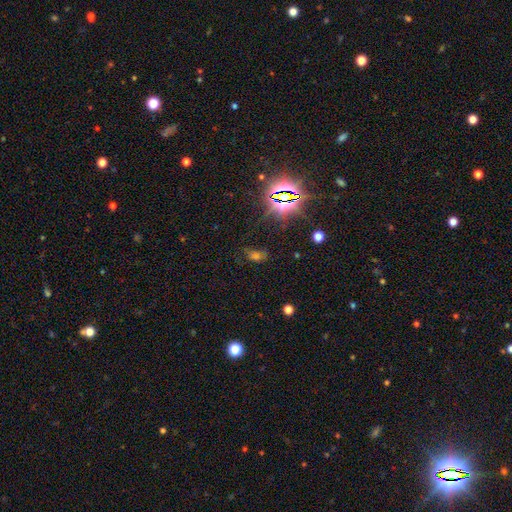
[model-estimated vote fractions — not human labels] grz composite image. It shows a star or artifact, not a galaxy (57%).